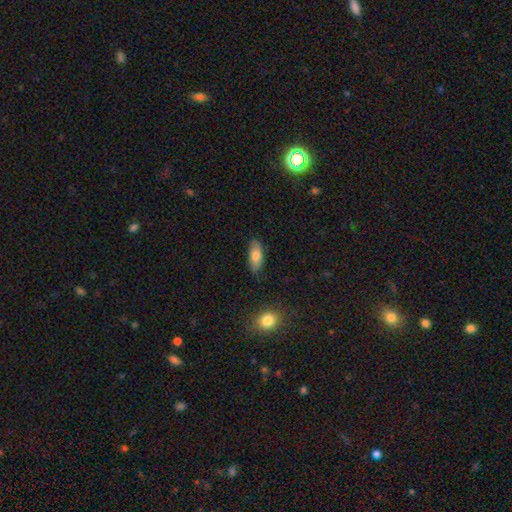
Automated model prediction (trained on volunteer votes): Morphology: type=smooth (76%); roundness=in between (83%); merging=none (82%).